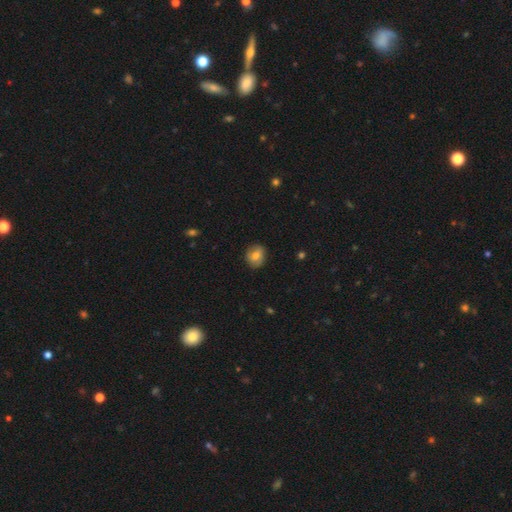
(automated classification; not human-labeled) A smooth galaxy with no disk features (72%) that is round (66%). Merging: none (85%).